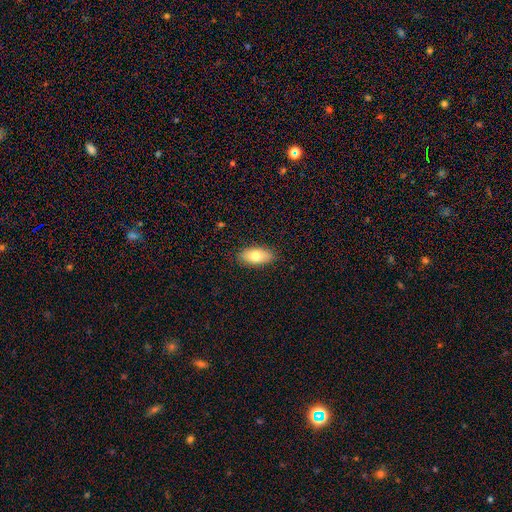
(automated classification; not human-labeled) Smooth or featured: smooth — 77% (featured or disk — 16%)
How rounded: in between — 91% (cigar-shaped — 6%)
Merging: none — 88% (minor disturbance — 9%)